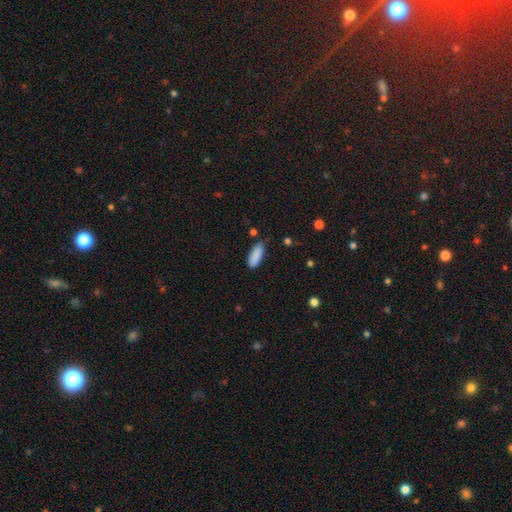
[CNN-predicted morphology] This is clearly a smooth galaxy (89%). How rounded: likely in between (70%). Merging: likely none (79%).